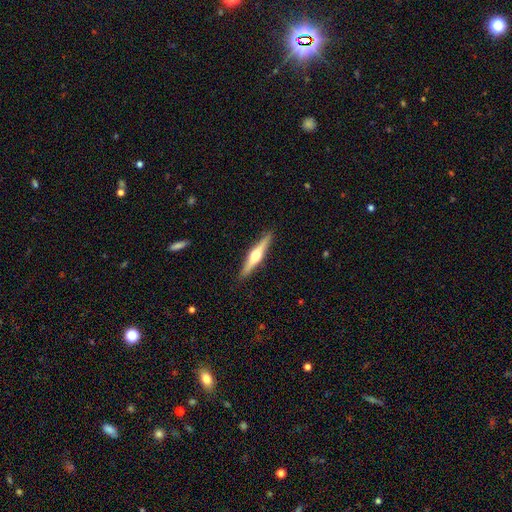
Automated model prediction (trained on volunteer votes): Morphology: type=featured or disk (69%); edge-on=yes (98%); edge-on bulge=rounded (94%); merging=none (91%).